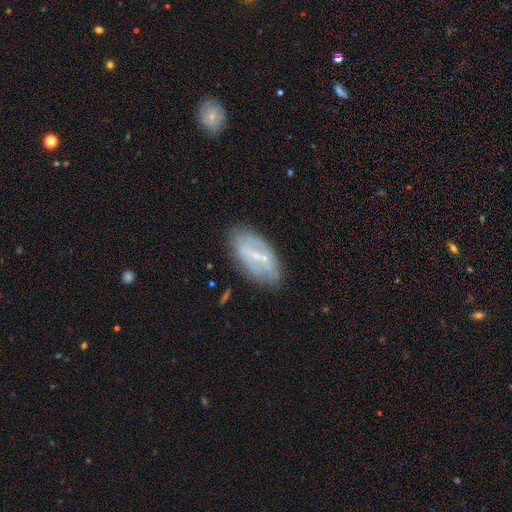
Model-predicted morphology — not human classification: Smooth or featured? Predicted: featured or disk (p=0.64). Edge-on disk? Predicted: no (p=0.87). Bar? Predicted: strong (p=0.50). Spiral arms? Predicted: no (p=0.54). Bulge size? Predicted: small (p=0.63). Merging? Predicted: none (p=0.77).